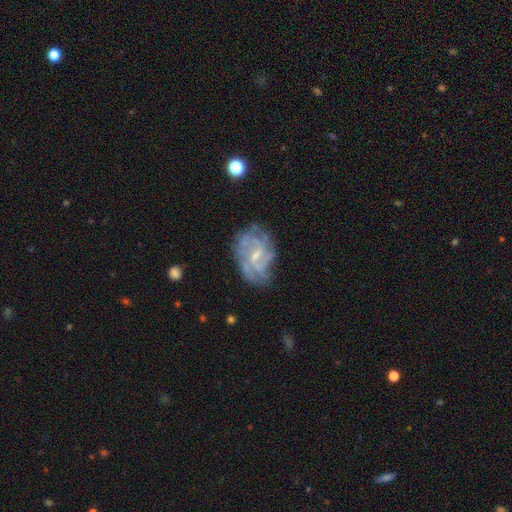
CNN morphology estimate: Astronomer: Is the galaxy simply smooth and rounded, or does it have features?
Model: featured or disk — 79%.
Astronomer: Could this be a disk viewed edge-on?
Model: no — 97%.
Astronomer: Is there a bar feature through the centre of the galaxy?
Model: weak — 49% (runner-up: no, 40%).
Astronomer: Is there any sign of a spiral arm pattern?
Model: yes — 88%.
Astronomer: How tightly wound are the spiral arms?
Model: tight — 47% (runner-up: medium, 39%).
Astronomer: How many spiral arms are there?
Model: can't tell — 37% (runner-up: 3, 21%).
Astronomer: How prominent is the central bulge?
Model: small — 58%.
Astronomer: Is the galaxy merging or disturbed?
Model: none — 67%.